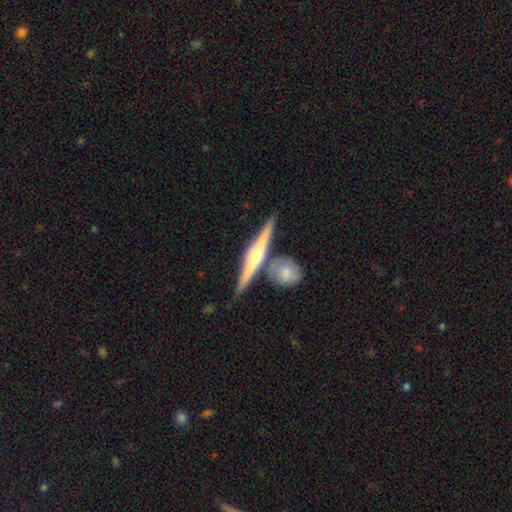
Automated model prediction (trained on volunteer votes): featured or disk 71%, smooth 23%, star or artifact 6%. Down the decision tree: edge-on disk — yes (97%); edge-on bulge — rounded (75%); merging — none (75%).